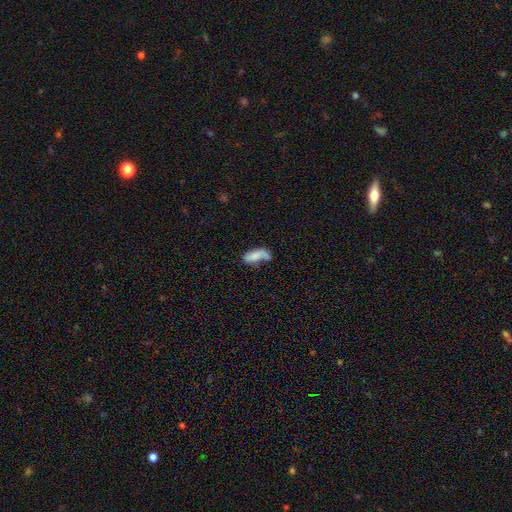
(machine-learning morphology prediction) smooth 67%, featured or disk 24%, star or artifact 8%. Down the decision tree: how rounded — in between (79%); merging — none (36%).